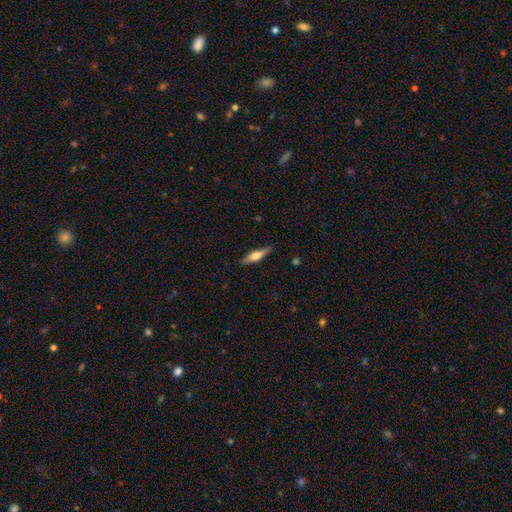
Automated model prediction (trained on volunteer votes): smooth-or-featured: featured or disk: 56% | smooth: 38% | star or artifact: 6%
  disk-edge-on: yes: 96% | no: 4%
    edge-on-bulge: rounded: 89% | boxy: 8% | none: 3%
  merging: none: 88% | minor disturbance: 9% | major disturbance: 2% | merger: 1%